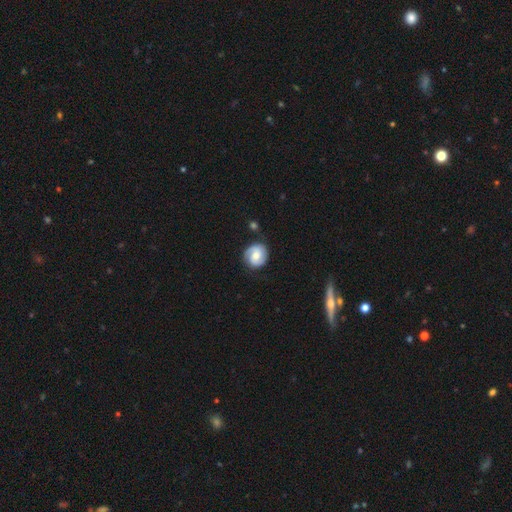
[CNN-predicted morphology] featured or disk 63%, smooth 30%, star or artifact 6%. Down the decision tree: edge-on disk — no (98%); bar — no (54%); spiral arms — yes (91%); spiral arm count — 2 (82%); spiral winding — tight (49%); bulge size — moderate (63%); merging — none (79%).